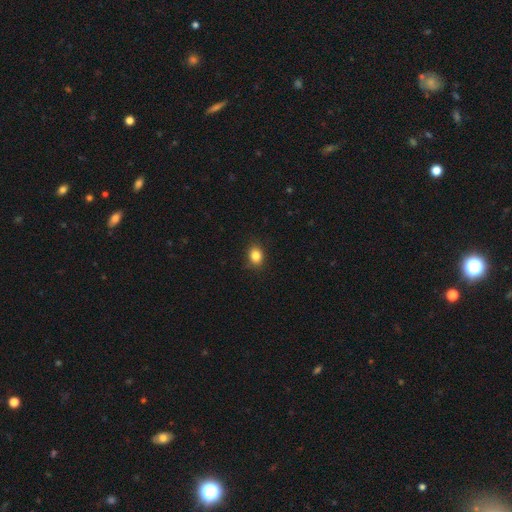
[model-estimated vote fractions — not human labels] smooth-or-featured: smooth: 85% | star or artifact: 10% | featured or disk: 5%
  how-rounded: in between: 55% | round: 44% | cigar-shaped: 1%
  merging: none: 86% | minor disturbance: 11% | major disturbance: 2% | merger: 1%